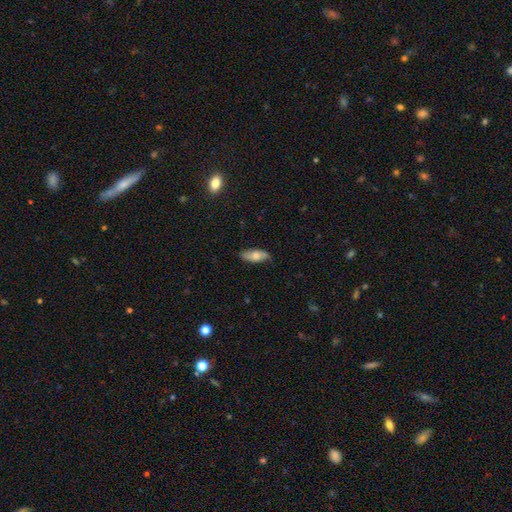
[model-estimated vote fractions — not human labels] Smooth or featured? smooth (69%)
How rounded? in between (79%)
Merging? none (81%)